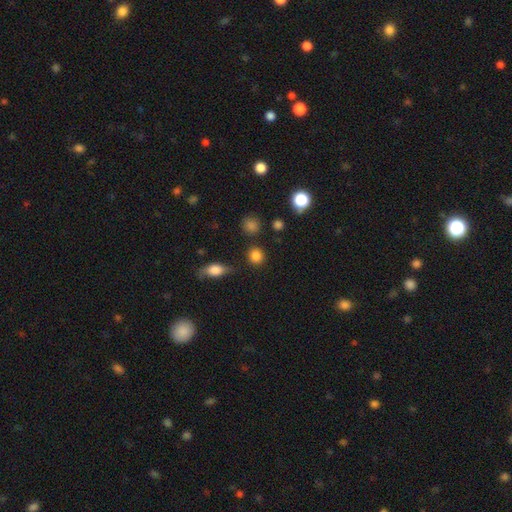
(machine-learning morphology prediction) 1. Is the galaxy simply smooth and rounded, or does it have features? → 83% smooth, 12% star or artifact, 5% featured or disk.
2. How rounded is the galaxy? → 88% round, 11% in between, 1% cigar-shaped.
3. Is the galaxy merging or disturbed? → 83% none, 9% minor disturbance, 5% merger, 3% major disturbance.